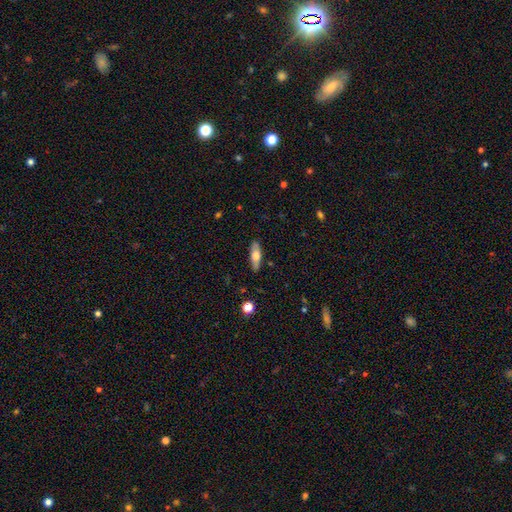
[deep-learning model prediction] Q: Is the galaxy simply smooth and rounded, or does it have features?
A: smooth — 55%.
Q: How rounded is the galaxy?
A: in between — 58%.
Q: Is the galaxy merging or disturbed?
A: none — 86%.